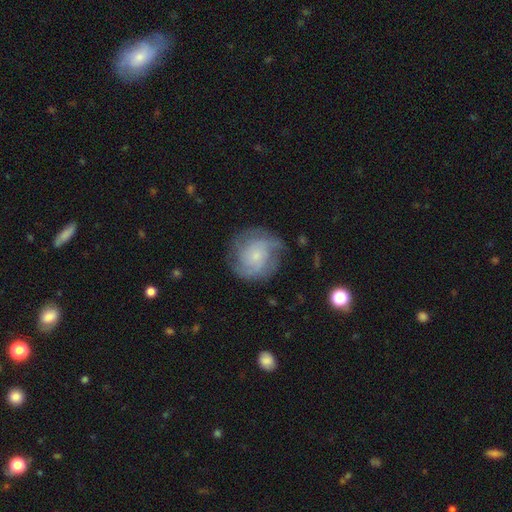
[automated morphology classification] smooth_or_featured: featured or disk (p=0.68) [alt: smooth p=0.25]
disk_edge_on: no (p=0.98) [alt: yes p=0.02]
bar: no (p=0.76) [alt: weak p=0.21]
has_spiral_arms: yes (p=0.91) [alt: no p=0.09]
spiral_winding: tight (p=0.52) [alt: medium p=0.36]
spiral_arm_count: can't tell (p=0.31) [alt: 2 p=0.25]
bulge_size: small (p=0.65) [alt: moderate p=0.23]
merging: none (p=0.73) [alt: minor disturbance p=0.18]